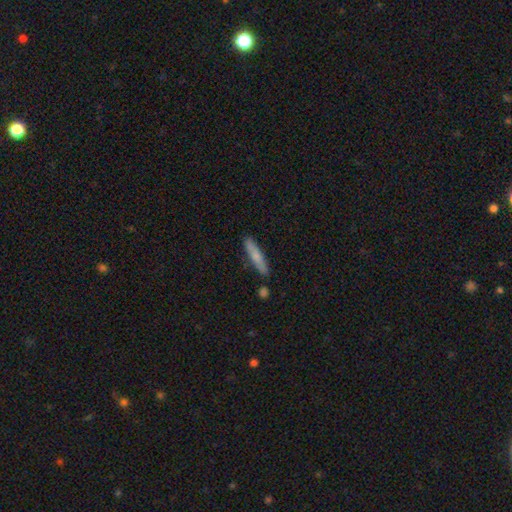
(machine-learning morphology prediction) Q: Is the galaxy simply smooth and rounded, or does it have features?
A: smooth — 70%.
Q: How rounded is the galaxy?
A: cigar-shaped — 87%.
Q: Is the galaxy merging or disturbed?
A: none — 82%.